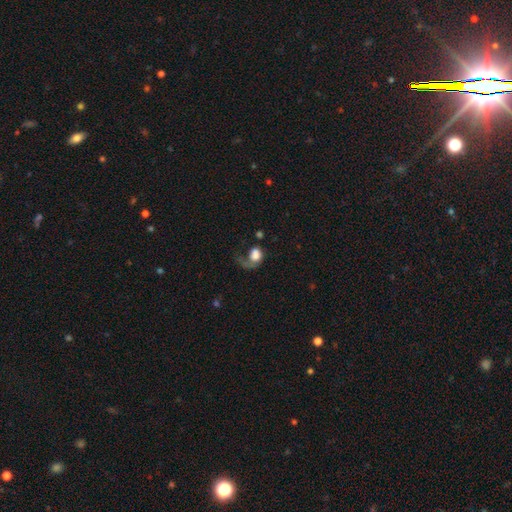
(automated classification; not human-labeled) smooth-or-featured: smooth: 54% | featured or disk: 35% | star or artifact: 10%
  how-rounded: in between: 52% | round: 46% | cigar-shaped: 1%
  merging: major disturbance: 55% | none: 23% | minor disturbance: 14% | merger: 8%